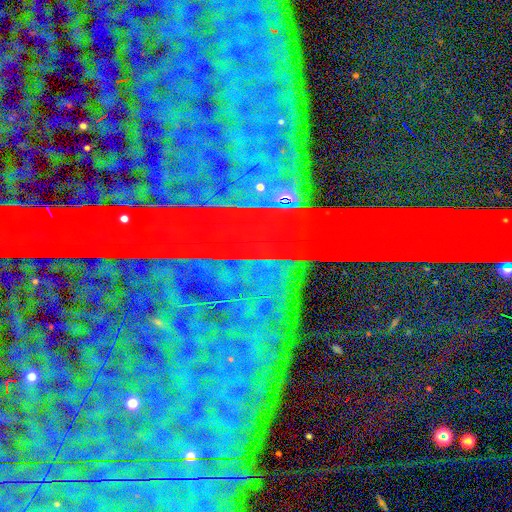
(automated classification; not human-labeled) Q: Smooth or featured?
A: star or artifact (88%); runner-up: featured or disk (7%)